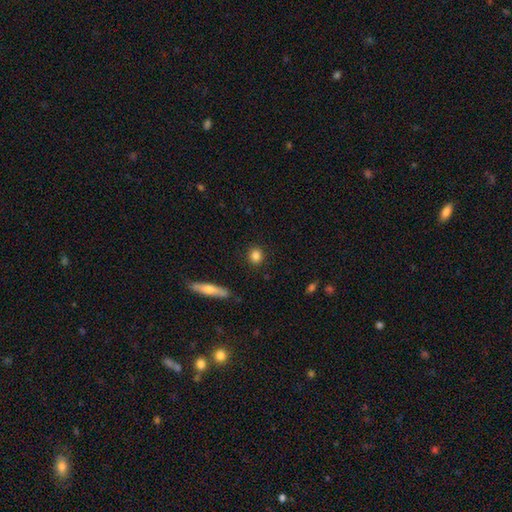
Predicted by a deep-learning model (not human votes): This appears to be a smooth galaxy with no disk features (84%) that is round (80%). Merging: none (90%).